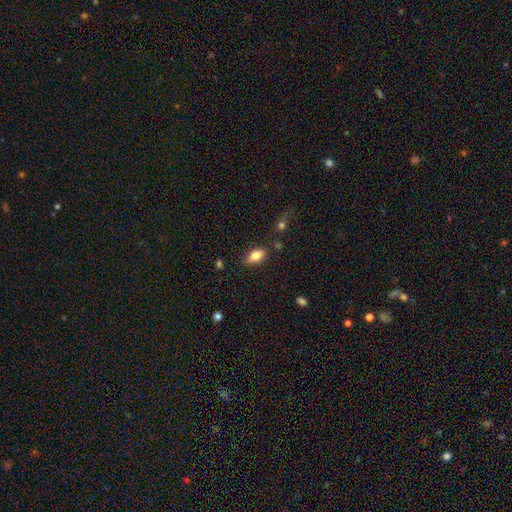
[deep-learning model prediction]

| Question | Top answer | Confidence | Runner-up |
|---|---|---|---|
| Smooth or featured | smooth | 78% | featured or disk (14%) |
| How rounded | in between | 88% | cigar-shaped (7%) |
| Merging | none | 81% | minor disturbance (12%) |